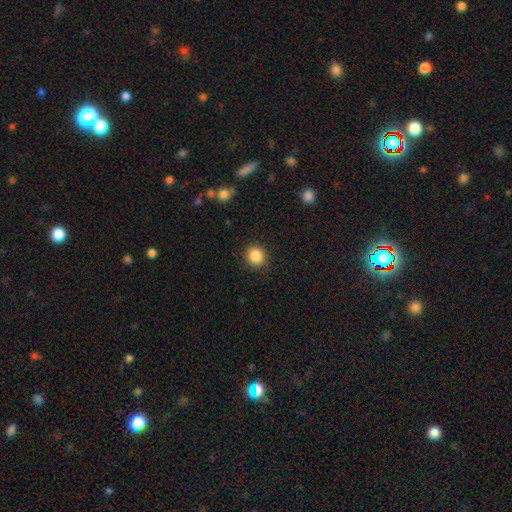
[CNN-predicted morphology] Smooth or featured: smooth — 87% (star or artifact — 9%)
How rounded: round — 82% (in between — 17%)
Merging: none — 89% (minor disturbance — 7%)